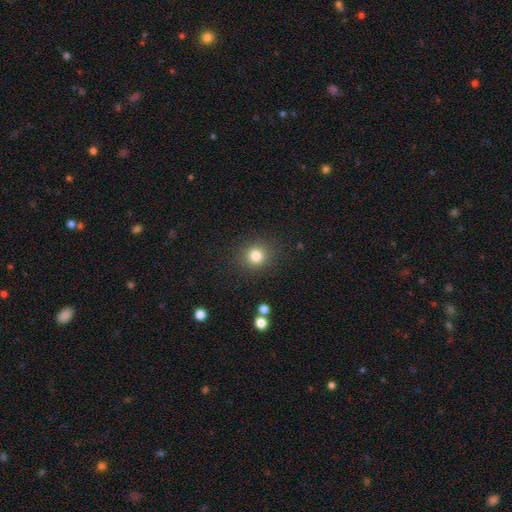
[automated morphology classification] Smooth or featured? smooth (81%)
How rounded? round (87%)
Merging? none (88%)